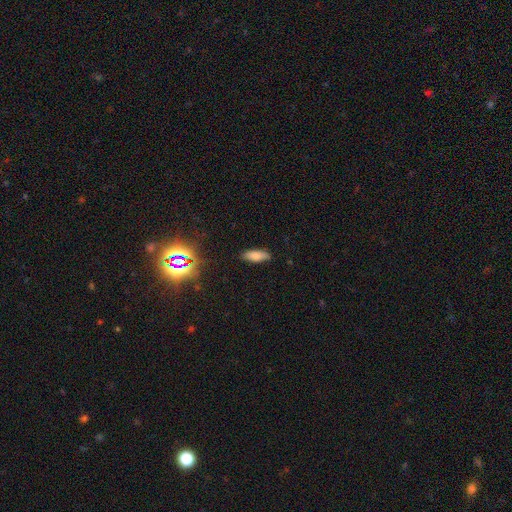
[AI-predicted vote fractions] This appears to be a smooth galaxy with no disk features (78%) that is in between round and cigar-shaped (66%). Merging: none (85%).